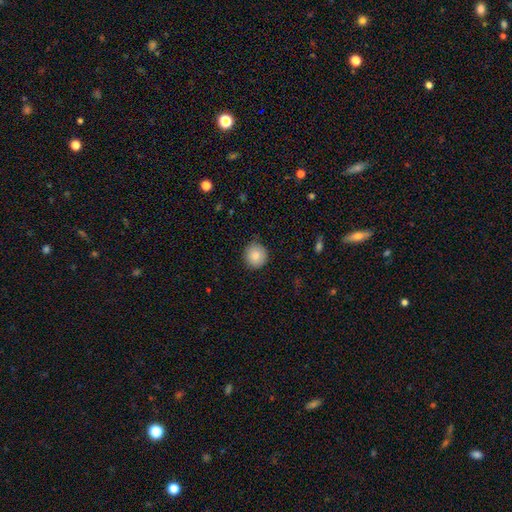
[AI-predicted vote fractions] Q: Smooth or featured?
A: smooth (84%); runner-up: star or artifact (8%)
Q: How rounded?
A: round (93%); runner-up: in between (6%)
Q: Merging?
A: none (87%); runner-up: minor disturbance (10%)